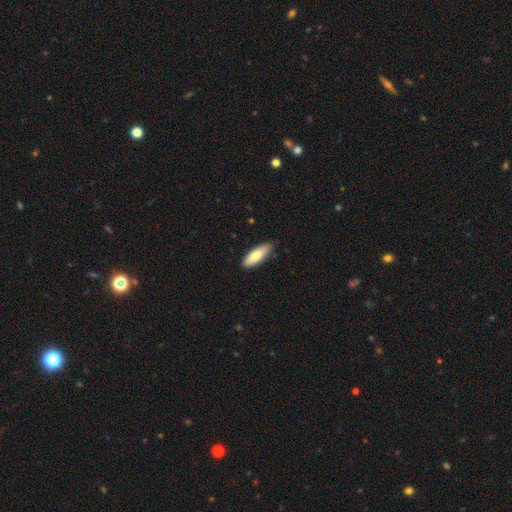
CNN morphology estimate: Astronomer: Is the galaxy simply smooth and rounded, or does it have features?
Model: smooth — 76%.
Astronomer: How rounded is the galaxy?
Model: in between — 60% (runner-up: cigar-shaped, 38%).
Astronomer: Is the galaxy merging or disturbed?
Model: none — 84%.